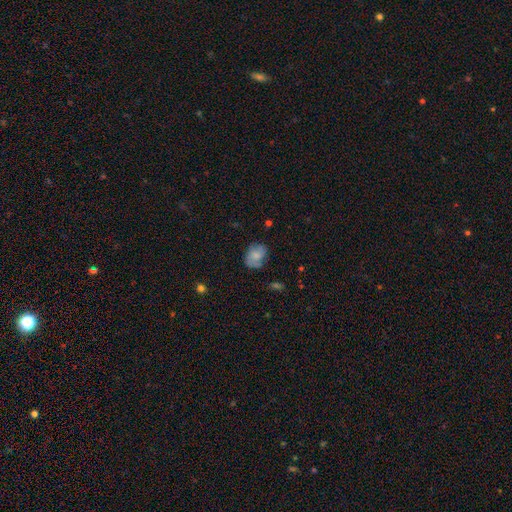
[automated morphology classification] Smooth or featured? smooth (63%)
How rounded? in between (62%)
Merging? none (62%)